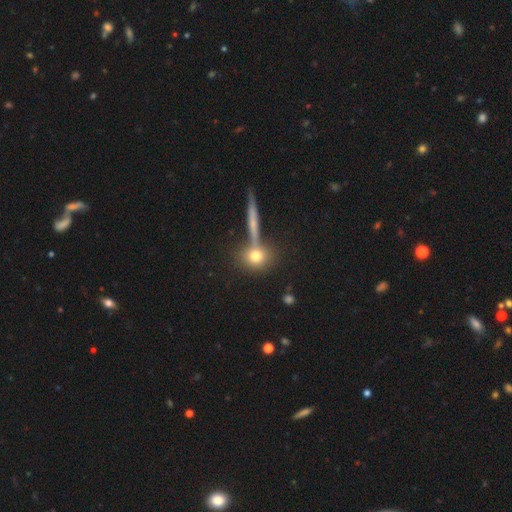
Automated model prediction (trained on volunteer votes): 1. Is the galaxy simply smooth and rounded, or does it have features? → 71% smooth, 16% featured or disk, 13% star or artifact.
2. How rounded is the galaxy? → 73% round, 20% in between, 7% cigar-shaped.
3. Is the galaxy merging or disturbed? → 64% none, 20% merger, 11% minor disturbance, 5% major disturbance.